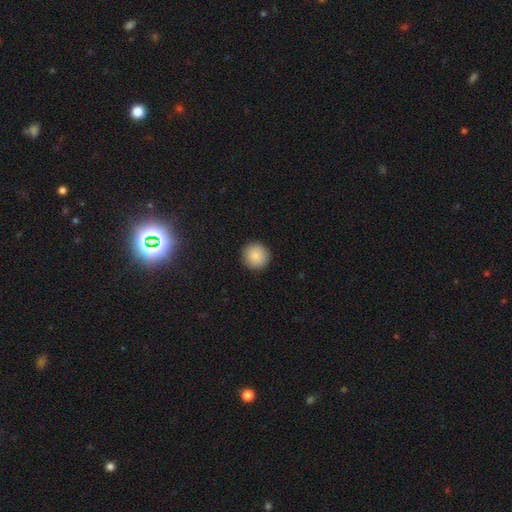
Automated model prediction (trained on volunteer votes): Q: Smooth or featured?
A: smooth (88%); runner-up: star or artifact (8%)
Q: How rounded?
A: round (95%); runner-up: in between (4%)
Q: Merging?
A: none (93%); runner-up: minor disturbance (5%)